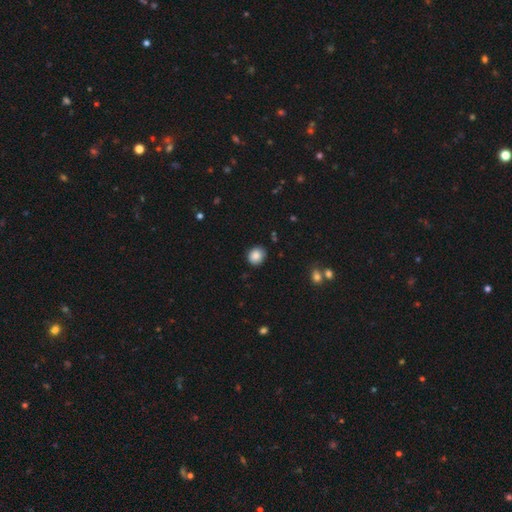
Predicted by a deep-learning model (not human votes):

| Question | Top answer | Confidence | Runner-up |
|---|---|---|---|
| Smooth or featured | smooth | 87% | star or artifact (9%) |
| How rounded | round | 78% | in between (21%) |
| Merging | none | 86% | minor disturbance (10%) |